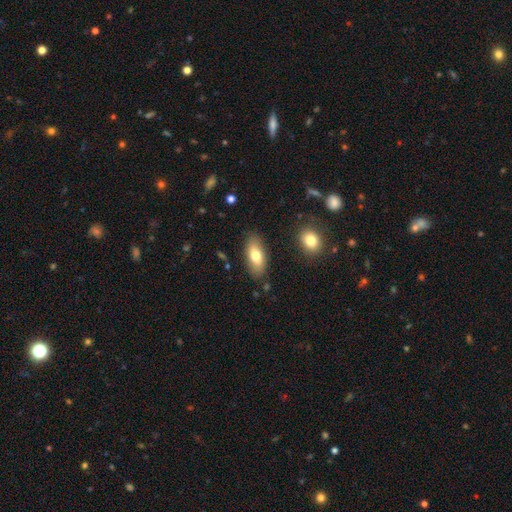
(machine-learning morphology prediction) type=smooth (73%); roundness=in between (87%); merging=none (84%).